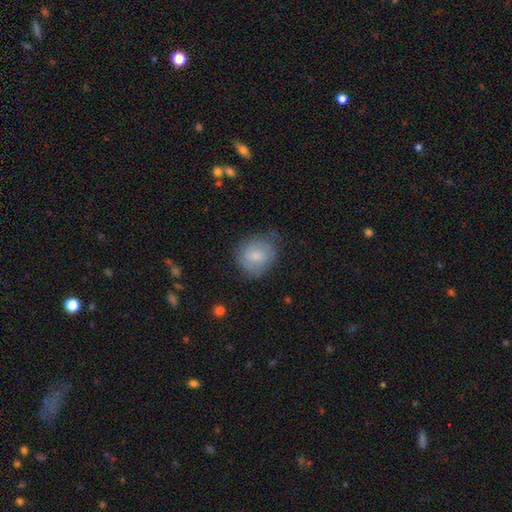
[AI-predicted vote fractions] Smooth or featured? smooth (50%)
Merging? none (68%)